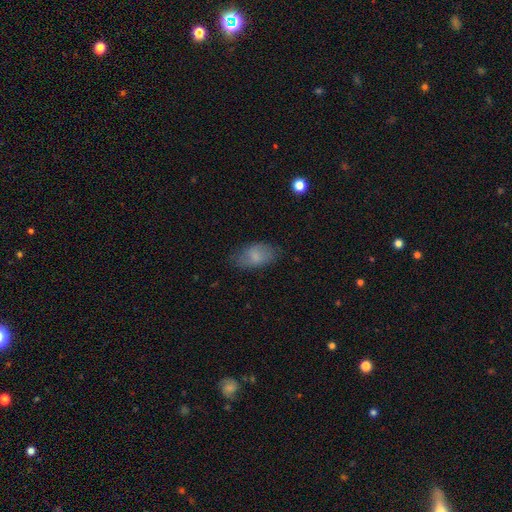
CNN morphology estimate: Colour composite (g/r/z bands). It shows a smooth galaxy with no disk features (76%) that is in between round and cigar-shaped (92%). Merging: none (74%).